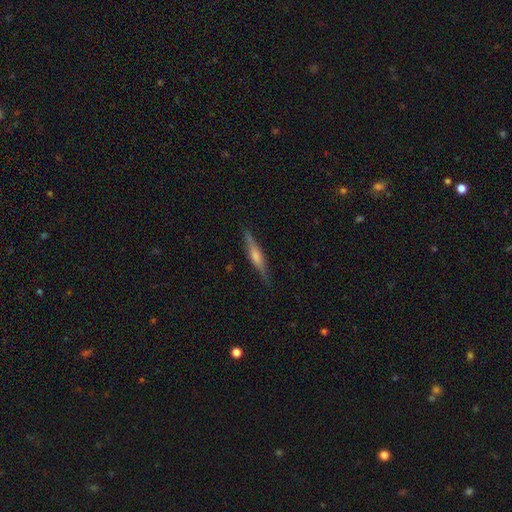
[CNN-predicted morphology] A featured or disk galaxy (67%) viewed edge-on (97%) with a rounded central bulge (64%). Merging: none (87%).